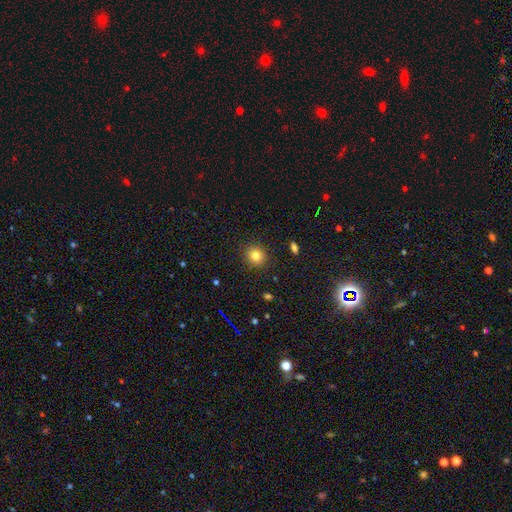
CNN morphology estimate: smooth-or-featured: smooth: 81% | star or artifact: 12% | featured or disk: 7%
  how-rounded: round: 84% | in between: 15% | cigar-shaped: 1%
  merging: none: 90% | minor disturbance: 7% | major disturbance: 2% | merger: 1%